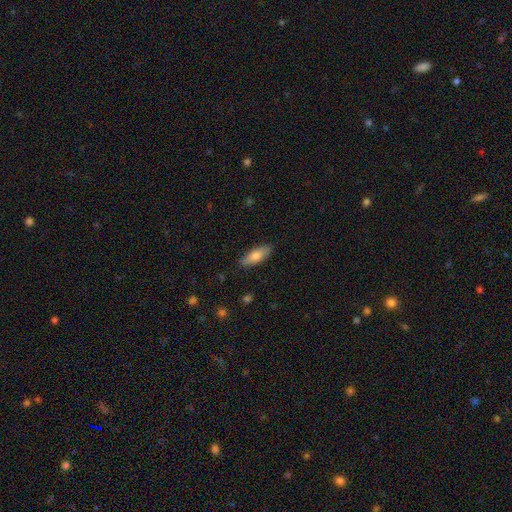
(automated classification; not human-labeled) Morphology: type=smooth (75%); roundness=in between (69%); merging=none (86%).